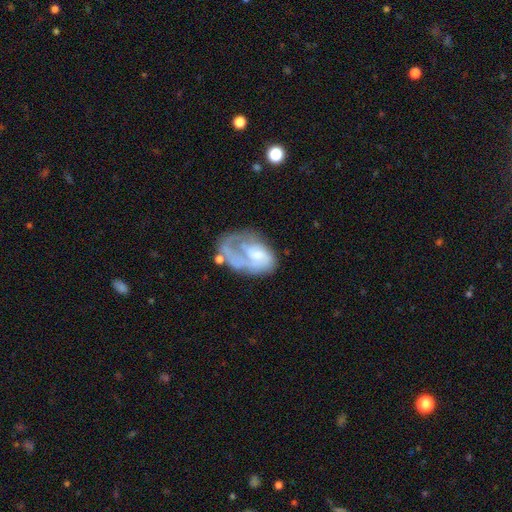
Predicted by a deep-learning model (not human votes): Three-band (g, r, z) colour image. It shows a featured or disk galaxy (67%) with no bar (66%), spiral arms (67%) and a small central bulge (46%). Merging: major disturbance (44%).